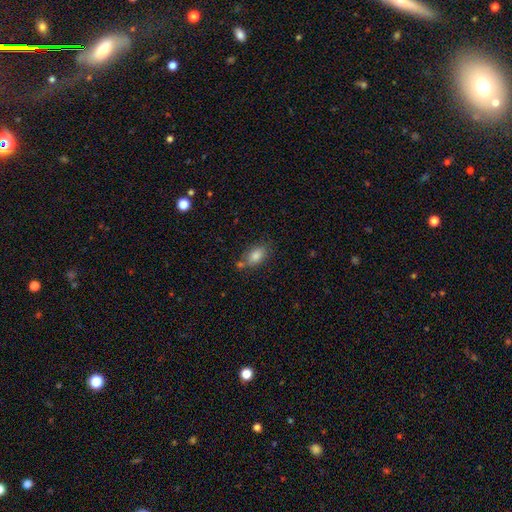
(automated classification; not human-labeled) smooth_or_featured: smooth (p=0.83) [alt: star or artifact p=0.09]
how_rounded: in between (p=0.85) [alt: round p=0.12]
merging: none (p=0.67) [alt: minor disturbance p=0.16]